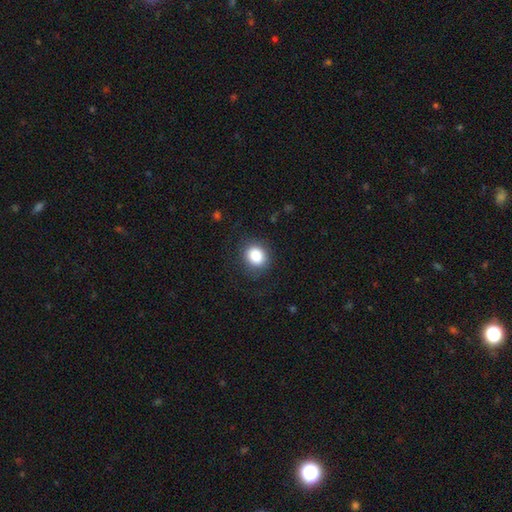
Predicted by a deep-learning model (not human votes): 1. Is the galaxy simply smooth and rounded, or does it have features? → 86% smooth, 9% star or artifact, 6% featured or disk.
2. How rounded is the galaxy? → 70% round, 29% in between, 1% cigar-shaped.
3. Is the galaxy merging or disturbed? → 83% none, 11% minor disturbance, 5% major disturbance, 1% merger.